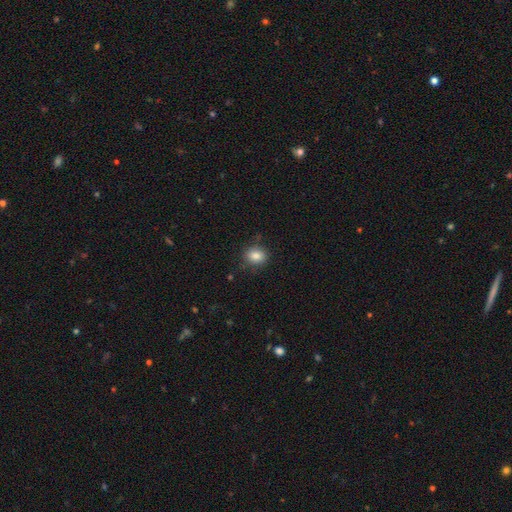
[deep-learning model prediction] Smooth or featured: smooth — 85% (star or artifact — 10%)
How rounded: round — 58% (in between — 41%)
Merging: none — 82% (minor disturbance — 13%)